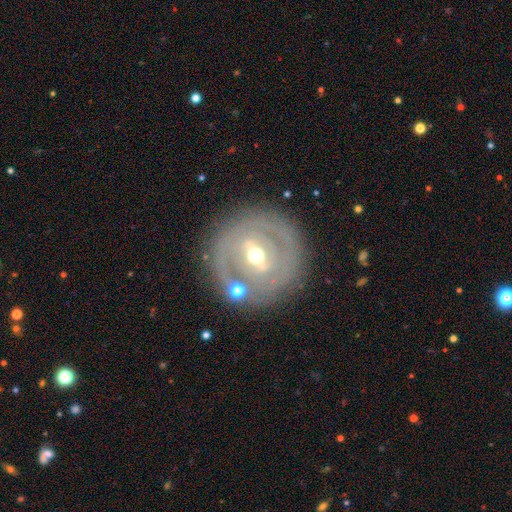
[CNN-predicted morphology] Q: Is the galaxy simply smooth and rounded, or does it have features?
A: featured or disk — 77%.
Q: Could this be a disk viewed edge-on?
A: no — 93%.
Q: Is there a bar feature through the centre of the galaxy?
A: weak — 42%.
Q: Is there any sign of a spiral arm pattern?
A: yes — 58%.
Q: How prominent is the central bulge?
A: moderate — 65%.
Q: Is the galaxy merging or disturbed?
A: none — 78%.